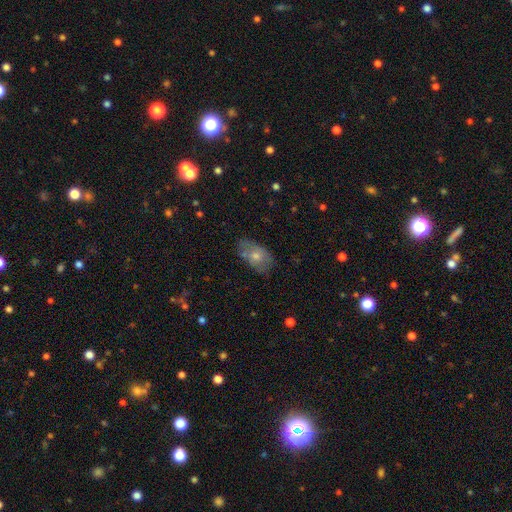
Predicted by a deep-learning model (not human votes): smooth 51%, featured or disk 35%, star or artifact 13%. Down the decision tree: how rounded — in between (86%); merging — none (66%).